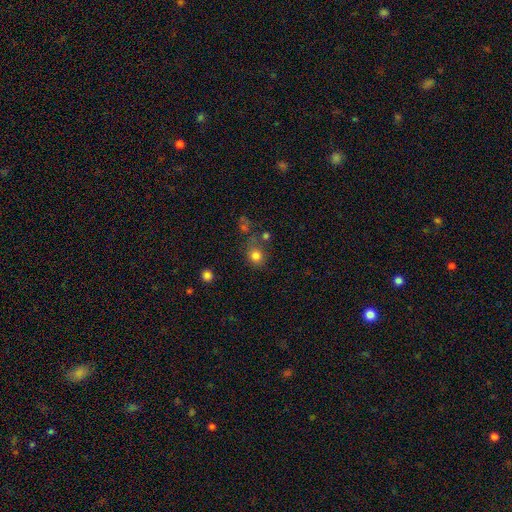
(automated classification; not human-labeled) Smooth or featured? smooth (79%)
How rounded? round (76%)
Merging? none (65%)